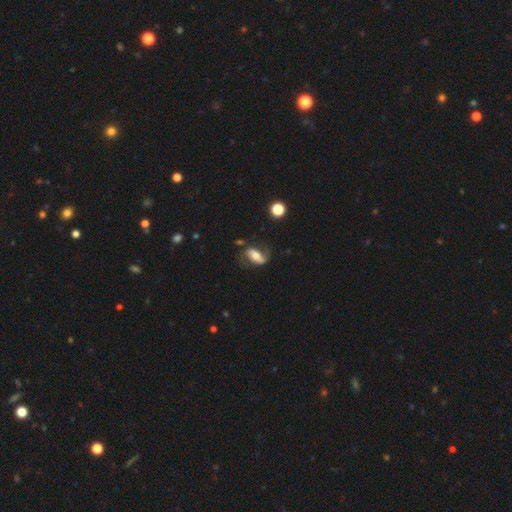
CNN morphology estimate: A featured or disk galaxy (67%) with a strong bar (41%), 2 (85%) loose (52%) spiral arms (88%) and a moderate central bulge (45%). Merging: none (60%).